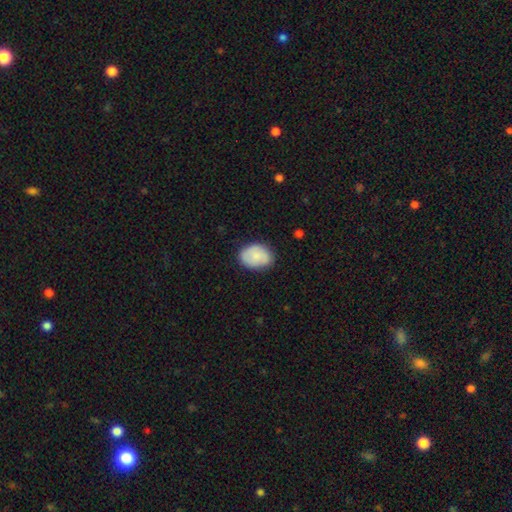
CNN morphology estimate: Overall: smooth (79%). How rounded: in between (76%). Merging: none (76%).